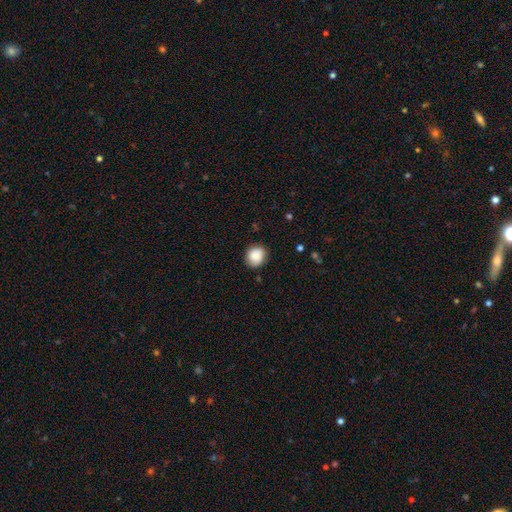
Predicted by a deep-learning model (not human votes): This appears to be a smooth galaxy with no disk features (84%) that is round (78%). Merging: none (82%).